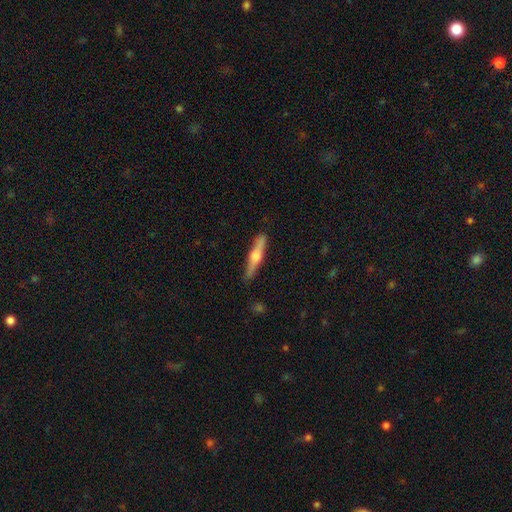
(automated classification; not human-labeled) Smooth or featured? Predicted: featured or disk (p=0.56). Edge-on disk? Predicted: yes (p=0.97). Edge-on bulge? Predicted: rounded (p=0.87). Merging? Predicted: none (p=0.87).